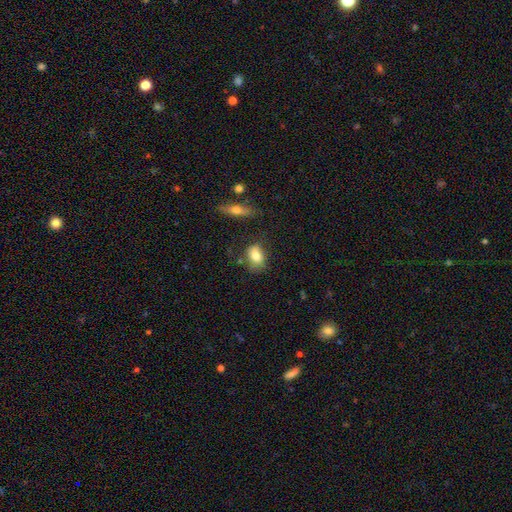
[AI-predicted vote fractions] smooth_or_featured: smooth (p=0.78) [alt: featured or disk p=0.14]
how_rounded: in between (p=0.76) [alt: round p=0.21]
merging: none (p=0.63) [alt: minor disturbance p=0.23]